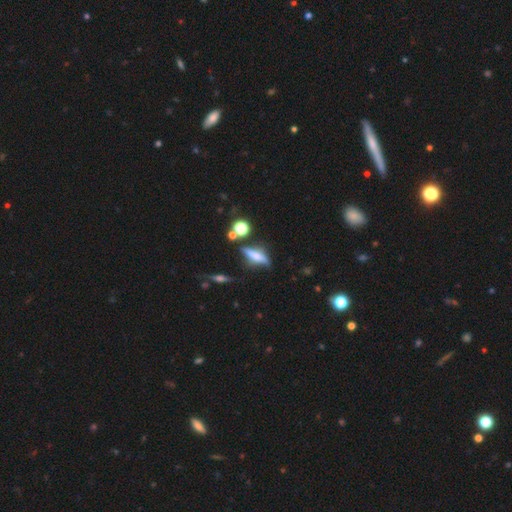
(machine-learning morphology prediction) Smooth or featured? Predicted: featured or disk (p=0.48). Merging? Predicted: none (p=0.62).